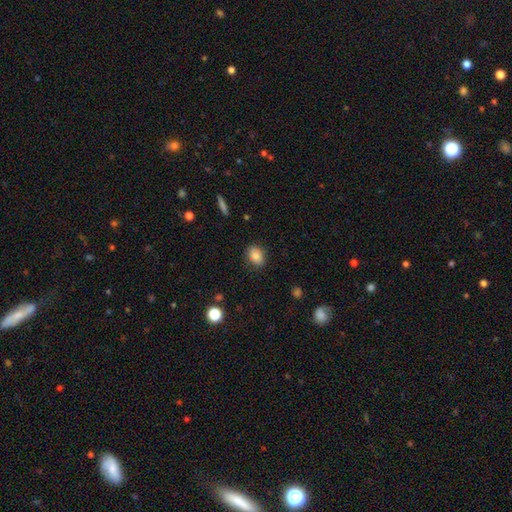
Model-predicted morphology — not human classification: Smooth or featured? smooth (81%)
How rounded? in between (71%)
Merging? none (84%)